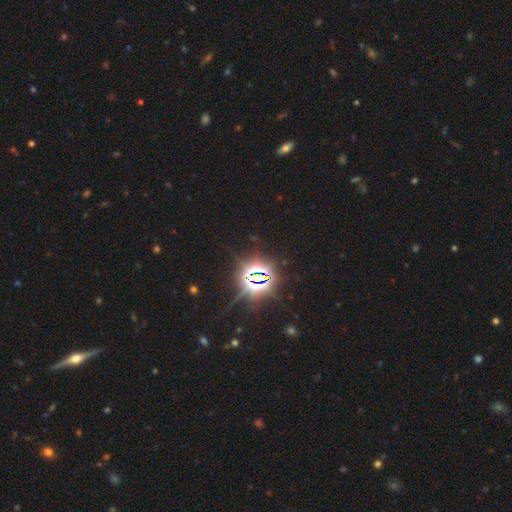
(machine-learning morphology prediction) Q: Smooth or featured?
A: star or artifact (85%); runner-up: smooth (9%)